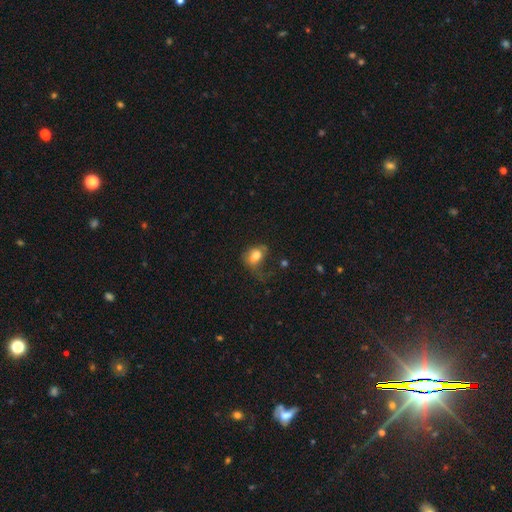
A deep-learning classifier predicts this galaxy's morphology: A smooth galaxy with no disk features (70%) that is in between round and cigar-shaped (77%). Merging: major disturbance (46%).